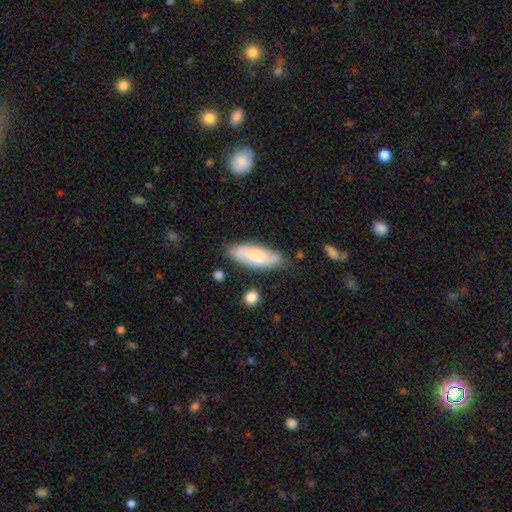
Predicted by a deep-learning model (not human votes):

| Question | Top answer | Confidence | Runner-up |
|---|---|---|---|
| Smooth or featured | smooth | 48% | featured or disk (46%) |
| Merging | none | 71% | minor disturbance (21%) |